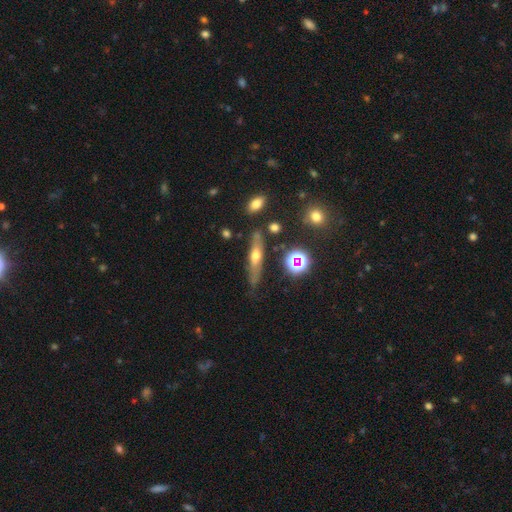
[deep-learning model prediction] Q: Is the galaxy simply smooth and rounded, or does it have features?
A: featured or disk — 45%.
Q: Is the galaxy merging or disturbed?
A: none — 70%.